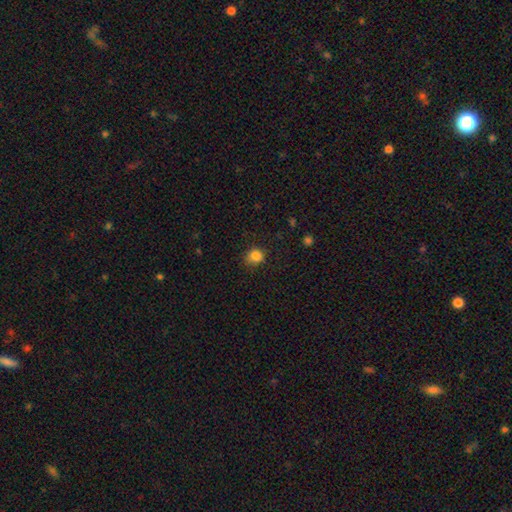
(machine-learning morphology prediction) Overall: smooth (84%). How rounded: round (73%). Merging: none (73%).